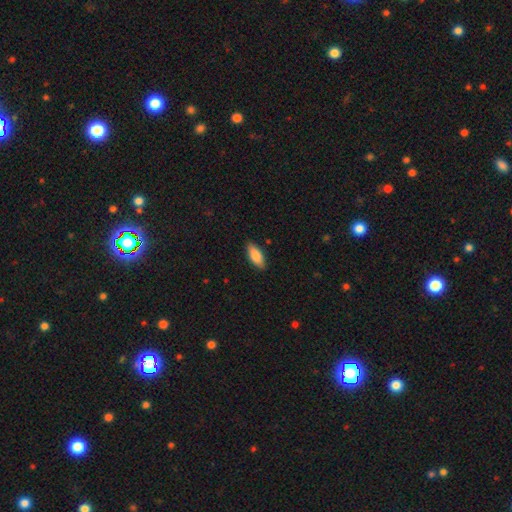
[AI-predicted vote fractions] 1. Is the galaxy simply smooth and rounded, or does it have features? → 85% smooth, 10% featured or disk, 6% star or artifact.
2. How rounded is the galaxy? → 82% in between, 16% cigar-shaped, 2% round.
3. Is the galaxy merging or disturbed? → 87% none, 10% minor disturbance, 2% major disturbance, 1% merger.